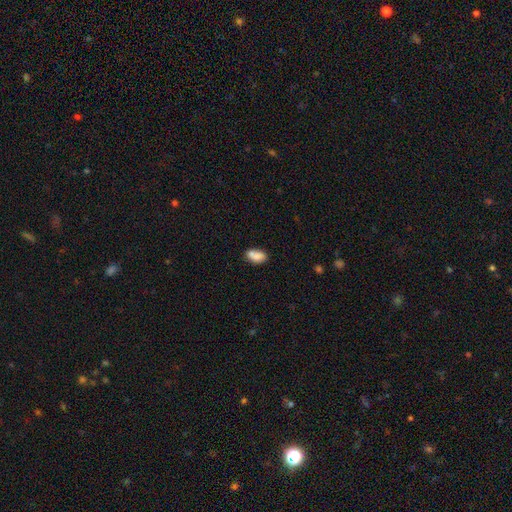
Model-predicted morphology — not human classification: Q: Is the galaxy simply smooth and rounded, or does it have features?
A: smooth — 81%.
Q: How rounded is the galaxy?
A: in between — 90%.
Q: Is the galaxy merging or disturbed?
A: none — 57%.